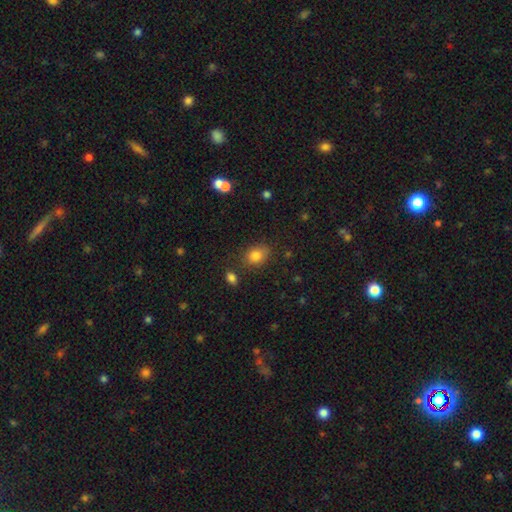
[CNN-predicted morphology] smooth 82%, star or artifact 10%, featured or disk 7%. Down the decision tree: how rounded — in between (57%); merging — none (72%).